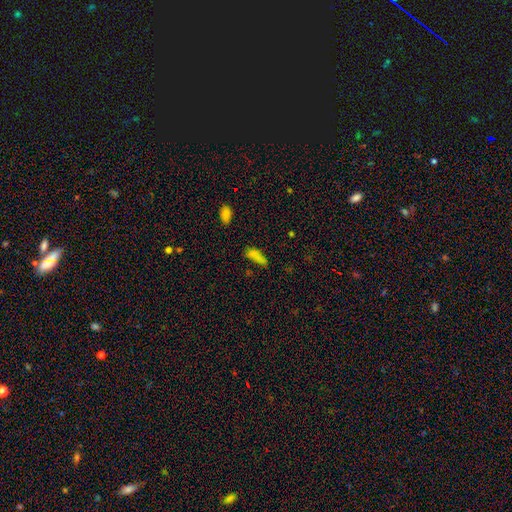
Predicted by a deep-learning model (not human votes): Smooth or featured? smooth (71%)
How rounded? in between (60%)
Merging? none (49%)